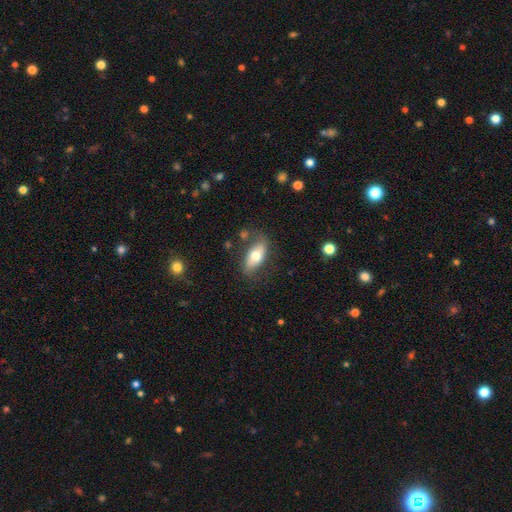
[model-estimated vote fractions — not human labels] smooth_or_featured: smooth (p=0.64) [alt: featured or disk p=0.30]
how_rounded: in between (p=0.86) [alt: cigar-shaped p=0.10]
merging: none (p=0.71) [alt: minor disturbance p=0.19]